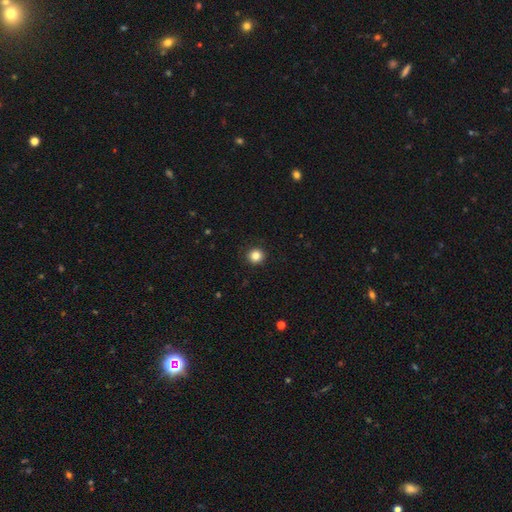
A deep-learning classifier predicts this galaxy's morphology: smooth 84%, star or artifact 11%, featured or disk 5%. Down the decision tree: how rounded — round (93%); merging — none (92%).